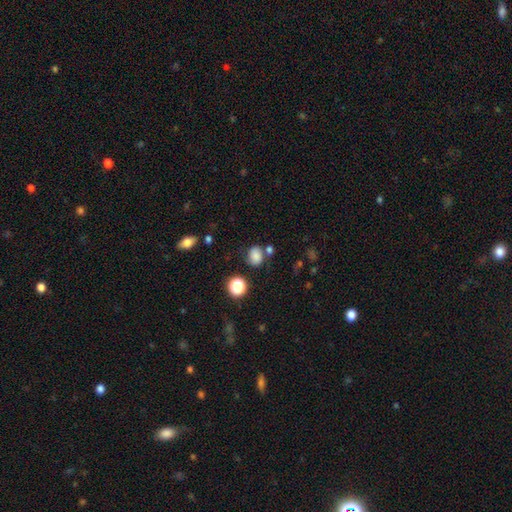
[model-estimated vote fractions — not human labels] Smooth or featured: smooth — 78% (star or artifact — 14%)
How rounded: round — 50% (in between — 49%)
Merging: none — 64% (minor disturbance — 18%)